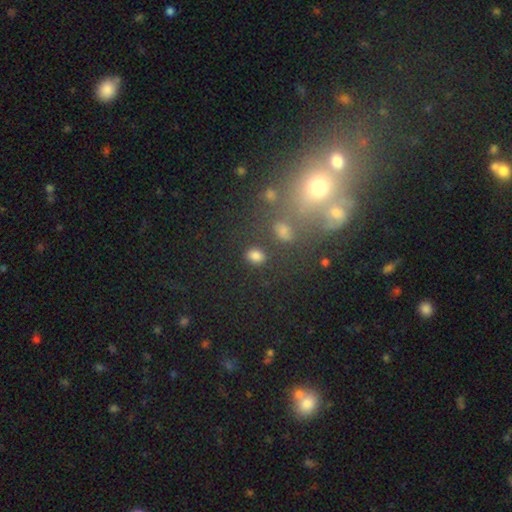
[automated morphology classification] type=smooth (79%); roundness=in between (54%); merging=none (79%).